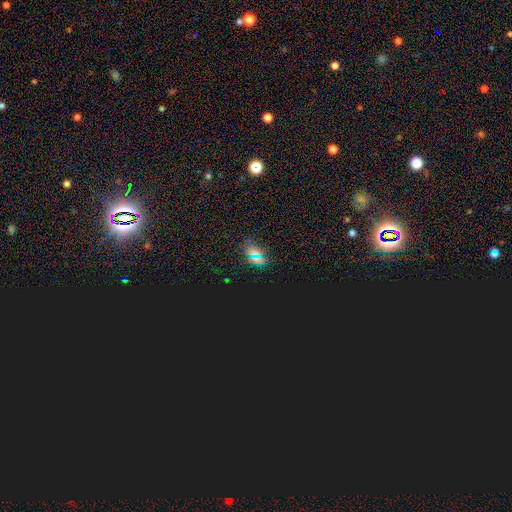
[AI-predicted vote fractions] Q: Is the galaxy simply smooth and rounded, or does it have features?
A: star or artifact — 60%.